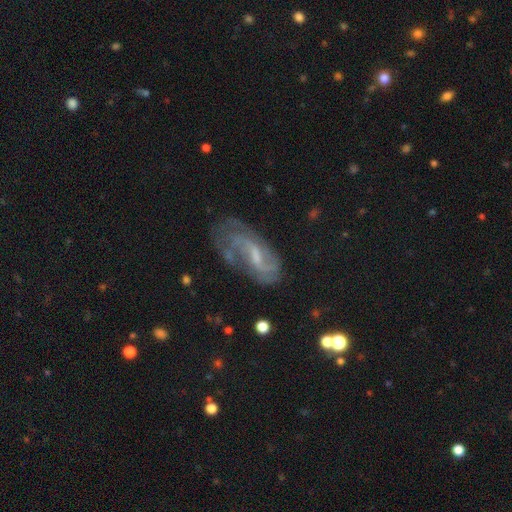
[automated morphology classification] A featured or disk galaxy (75%) with a weak bar (54%), 2 (46%) medium (41%) spiral arms (86%) and a small central bulge (50%).

Vote fractions:
- Smooth or featured? featured or disk: 75% / smooth: 17% / star or artifact: 9%
- Edge-on disk? no: 93% / yes: 7%
- Bar? weak: 54% / no: 29% / strong: 17%
- Spiral arms? yes: 86% / no: 14%
- Spiral winding? medium: 41% / loose: 31% / tight: 28%
- Spiral arm count? 2: 46% / can't tell: 32% / 3: 8% / 1: 8% / 4: 3% / more than 4: 3%
- Bulge size? small: 50% / moderate: 30% / none: 17% / large: 2% / dominant: 1%
- Merging? none: 53% / minor disturbance: 25% / major disturbance: 18% / merger: 4%